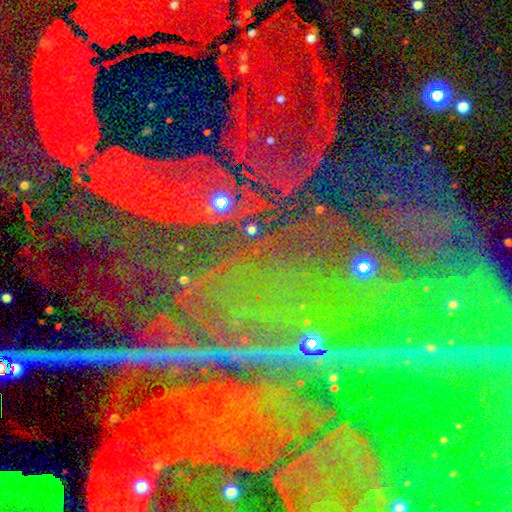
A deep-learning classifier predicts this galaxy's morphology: smooth-or-featured: star or artifact: 89% | featured or disk: 6% | smooth: 5%